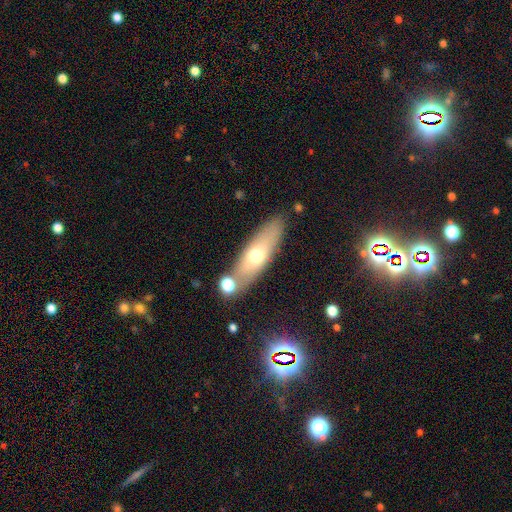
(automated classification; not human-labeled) Morphology: type=smooth (60%); roundness=cigar-shaped (51%); merging=none (77%).